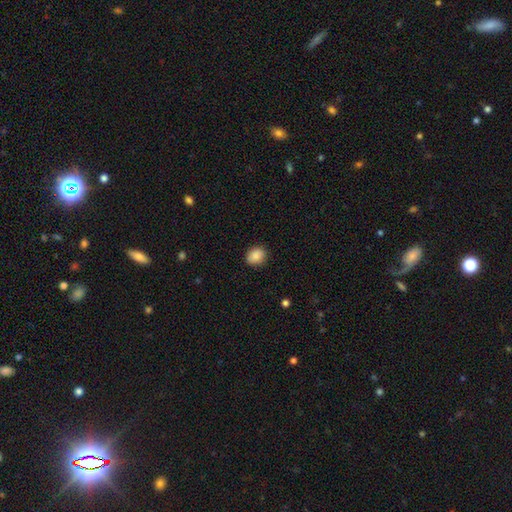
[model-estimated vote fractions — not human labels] Morphology: type=smooth (88%); roundness=round (56%); merging=none (87%).